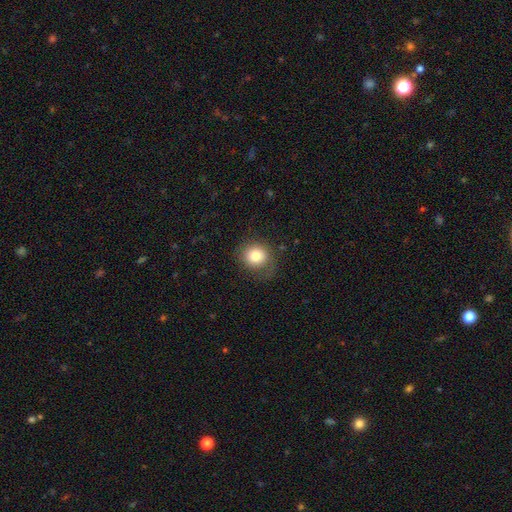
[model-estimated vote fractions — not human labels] smooth_or_featured: smooth (p=0.80) [alt: star or artifact p=0.10]
how_rounded: round (p=0.84) [alt: in between p=0.15]
merging: none (p=0.74) [alt: minor disturbance p=0.17]